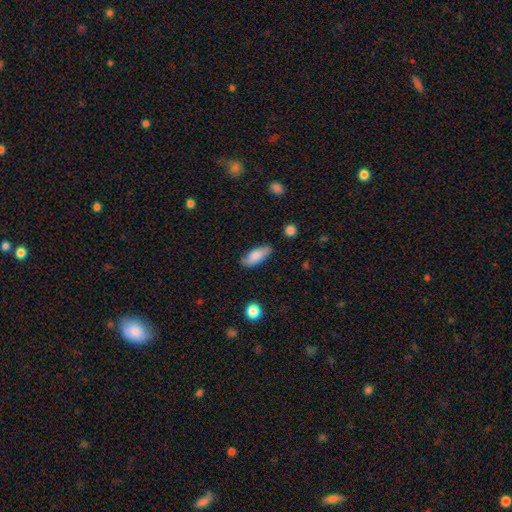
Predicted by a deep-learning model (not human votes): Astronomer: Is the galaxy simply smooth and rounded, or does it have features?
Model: smooth — 78%.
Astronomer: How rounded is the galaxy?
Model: in between — 76%.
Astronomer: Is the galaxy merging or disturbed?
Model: none — 78%.